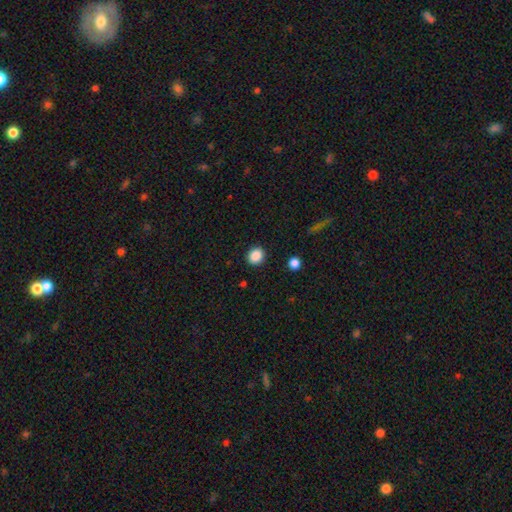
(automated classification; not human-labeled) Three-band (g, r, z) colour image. It shows a smooth galaxy with no disk features (88%) that is round (79%). Merging: none (90%).